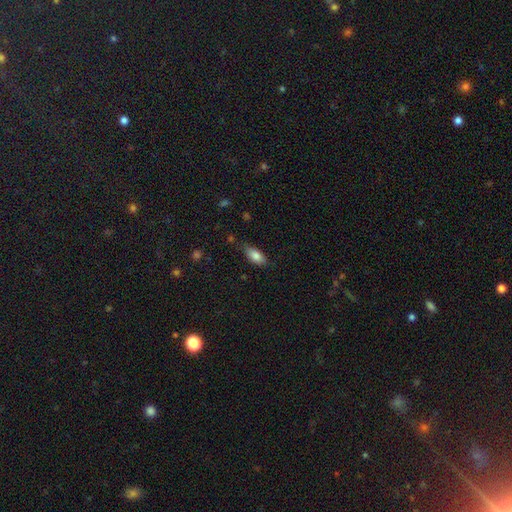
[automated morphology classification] This is clearly a smooth galaxy (82%). How rounded: clearly in between (86%). Merging: likely none (74%).